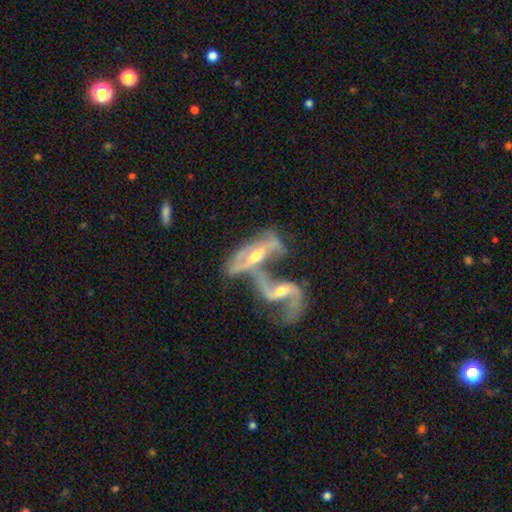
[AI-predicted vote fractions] Smooth or featured?
  - featured or disk: 77% *
  - smooth: 17%
  - star or artifact: 6%
Edge-on disk?
  - no: 80% *
  - yes: 20%
Bar?
  - no: 48% *
  - weak: 34%
  - strong: 18%
Spiral arms?
  - yes: 69% *
  - no: 31%
Bulge size?
  - moderate: 62% *
  - small: 27%
  - large: 6%
  - none: 3%
  - dominant: 1%
Merging?
  - merger: 73% *
  - major disturbance: 10%
  - none: 10%
  - minor disturbance: 6%